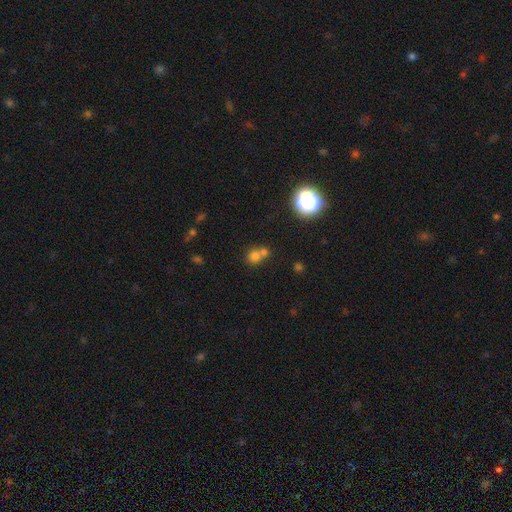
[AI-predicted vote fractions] Overall: smooth (71%). How rounded: round (81%). Merging: merger (52%; none 39%).